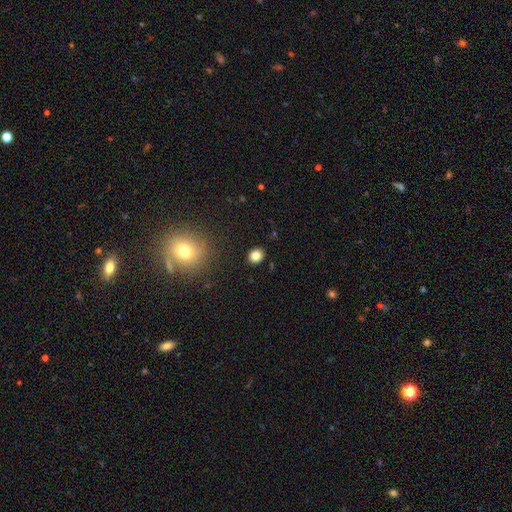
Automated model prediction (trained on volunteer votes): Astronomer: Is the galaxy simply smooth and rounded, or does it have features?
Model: smooth — 82%.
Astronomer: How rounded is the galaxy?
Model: round — 65%.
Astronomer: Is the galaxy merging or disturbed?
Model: none — 89%.